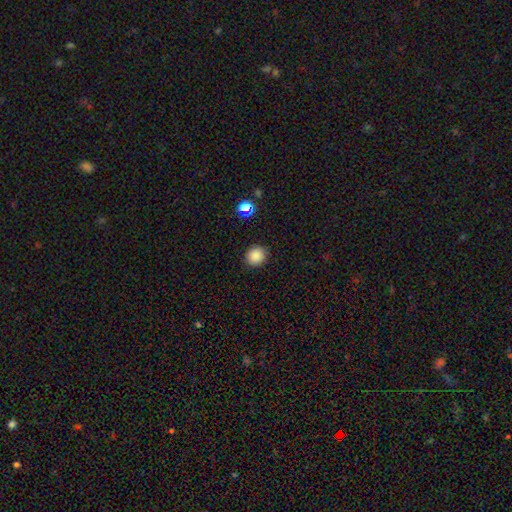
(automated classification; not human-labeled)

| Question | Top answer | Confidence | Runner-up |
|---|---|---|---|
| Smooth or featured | smooth | 86% | star or artifact (10%) |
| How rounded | round | 84% | in between (15%) |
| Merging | none | 90% | minor disturbance (7%) |